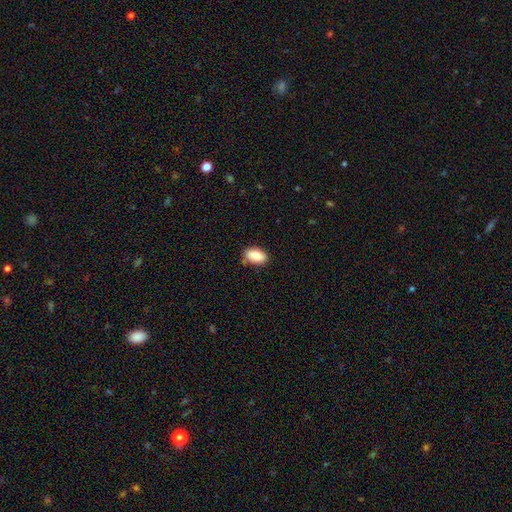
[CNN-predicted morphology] Overall: smooth (88%). How rounded: in between (92%). Merging: none (79%).